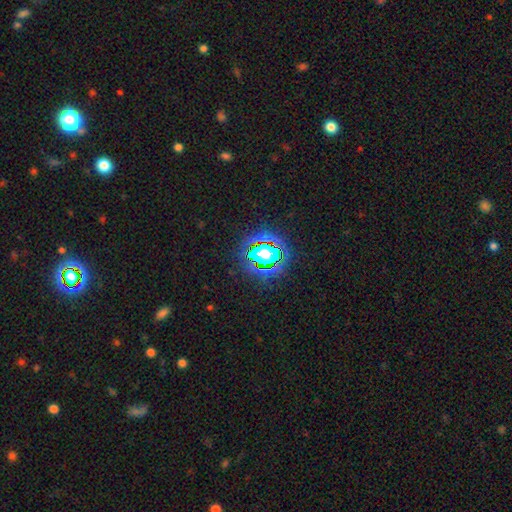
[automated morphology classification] A star or artifact, not a galaxy (63%).

Vote fractions:
- Smooth or featured? star or artifact: 63% / smooth: 24% / featured or disk: 12%